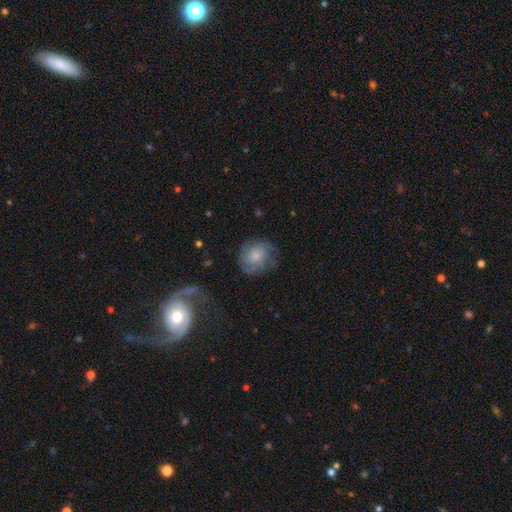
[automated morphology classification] smooth 53%, featured or disk 38%, star or artifact 9%. Down the decision tree: how rounded — round (80%); merging — none (65%).